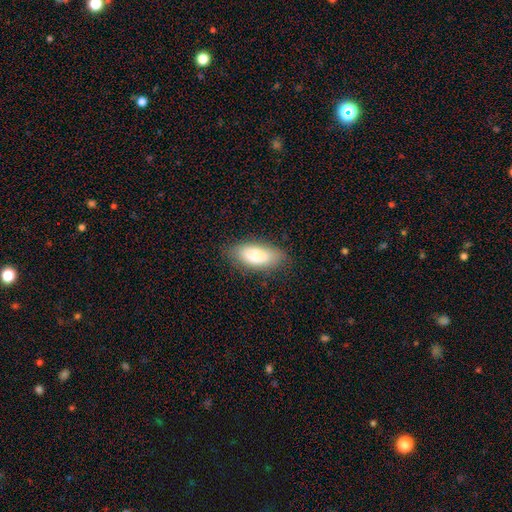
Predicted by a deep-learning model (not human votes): Smooth or featured? smooth (81%)
How rounded? in between (86%)
Merging? none (79%)